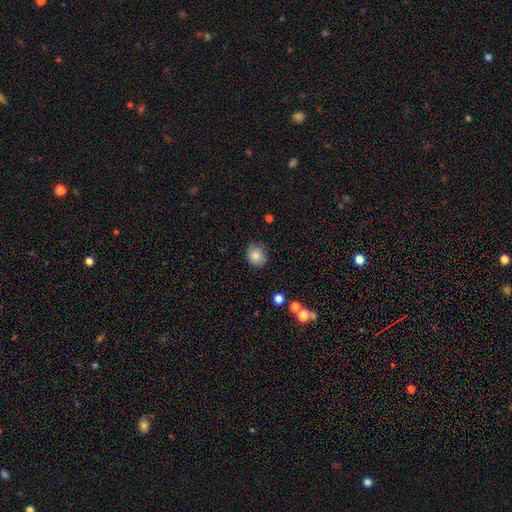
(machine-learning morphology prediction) Smooth or featured? smooth (82%)
How rounded? round (75%)
Merging? none (73%)